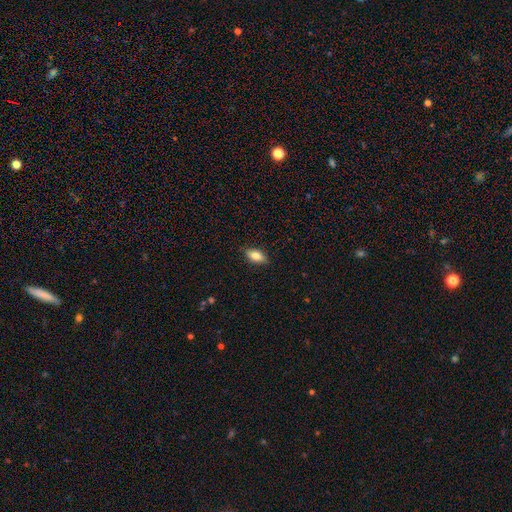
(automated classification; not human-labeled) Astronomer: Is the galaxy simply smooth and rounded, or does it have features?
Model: smooth — 75%.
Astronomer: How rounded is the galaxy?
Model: in between — 84%.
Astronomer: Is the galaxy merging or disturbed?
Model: none — 85%.